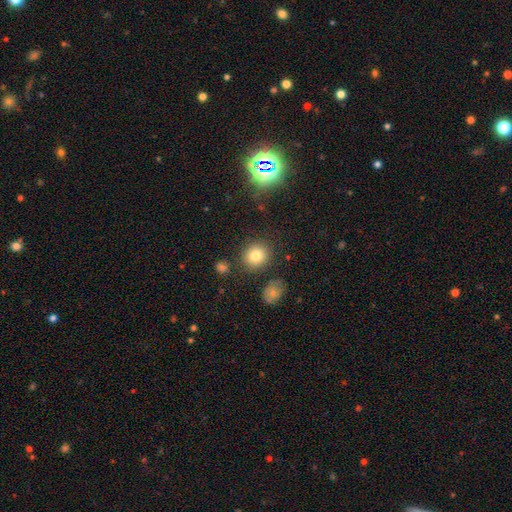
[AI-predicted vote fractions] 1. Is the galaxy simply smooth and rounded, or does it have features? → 80% smooth, 12% star or artifact, 8% featured or disk.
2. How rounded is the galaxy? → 77% round, 22% in between, 1% cigar-shaped.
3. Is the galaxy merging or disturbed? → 84% none, 9% minor disturbance, 4% merger, 3% major disturbance.